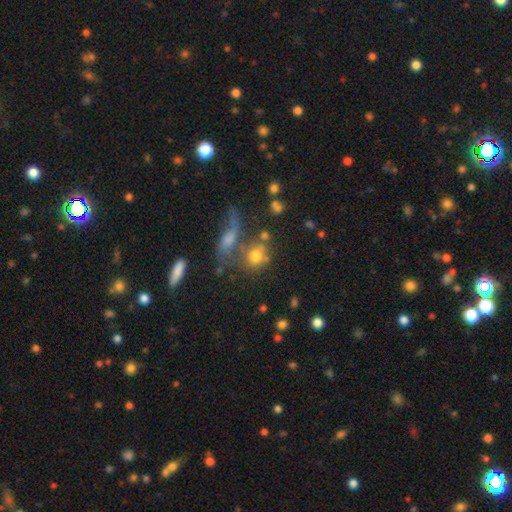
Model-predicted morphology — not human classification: type=smooth (69%); roundness=round (64%); merging=none (39%).